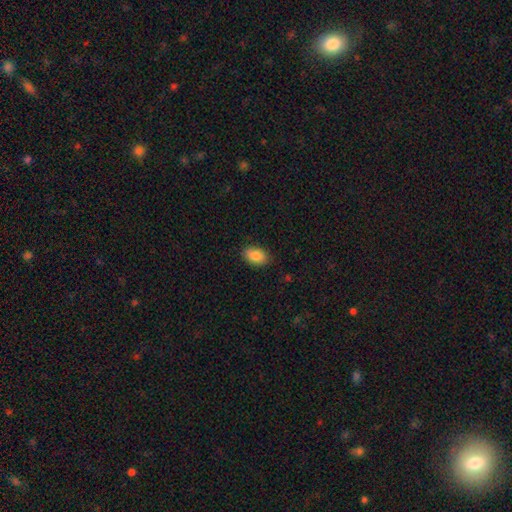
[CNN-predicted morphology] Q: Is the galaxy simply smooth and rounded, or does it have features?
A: smooth — 87%.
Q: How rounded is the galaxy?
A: in between — 89%.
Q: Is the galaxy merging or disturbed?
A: none — 85%.